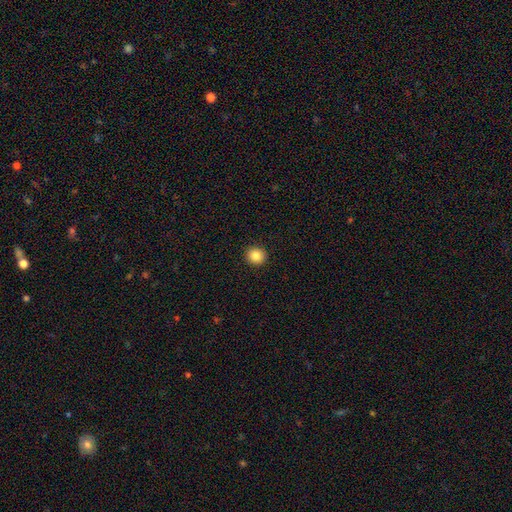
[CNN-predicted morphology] smooth 85%, star or artifact 10%, featured or disk 5%. Down the decision tree: how rounded — round (91%); merging — none (93%).